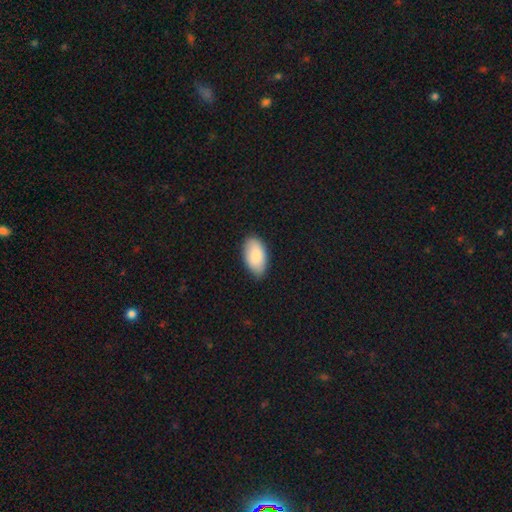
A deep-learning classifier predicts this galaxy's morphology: Q: Smooth or featured?
A: smooth (87%); runner-up: featured or disk (7%)
Q: How rounded?
A: in between (95%); runner-up: round (3%)
Q: Merging?
A: none (80%); runner-up: minor disturbance (16%)